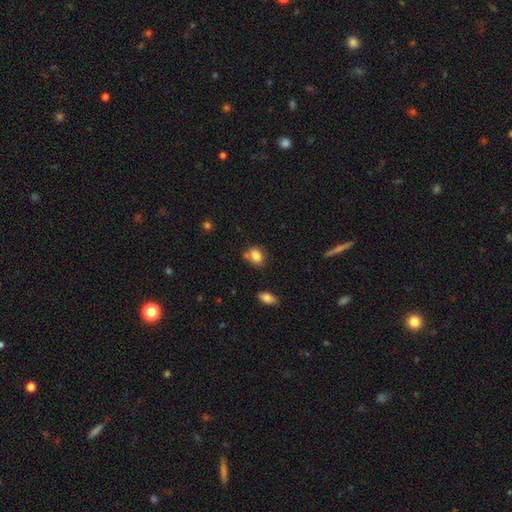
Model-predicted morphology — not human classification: smooth 83%, star or artifact 10%, featured or disk 7%. Down the decision tree: how rounded — in between (57%); merging — none (64%).